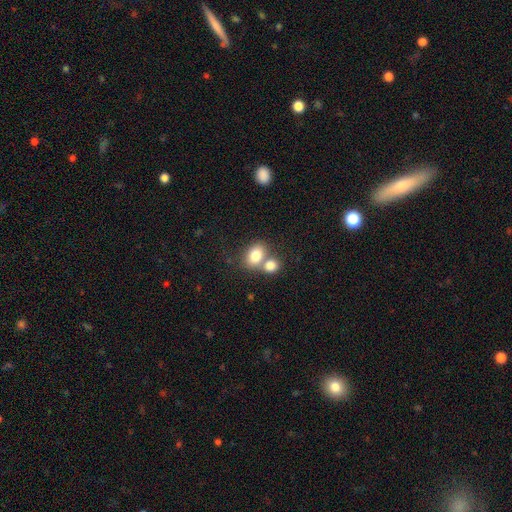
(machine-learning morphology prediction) smooth-or-featured: smooth: 80% | featured or disk: 11% | star or artifact: 9%
  how-rounded: in between: 63% | round: 36% | cigar-shaped: 1%
  merging: merger: 48% | none: 40% | minor disturbance: 9% | major disturbance: 3%